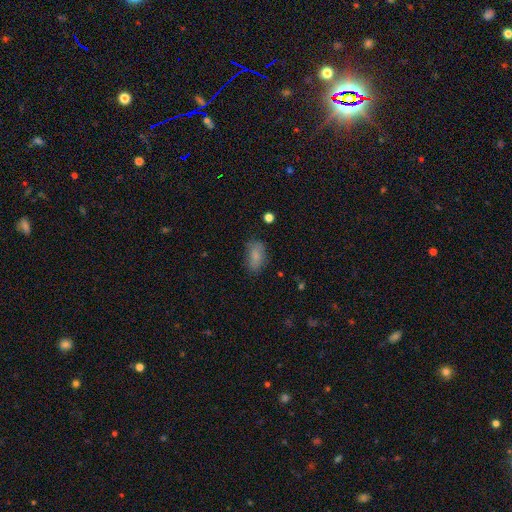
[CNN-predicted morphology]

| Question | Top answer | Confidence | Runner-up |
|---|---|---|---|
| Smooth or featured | smooth | 82% | star or artifact (9%) |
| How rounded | in between | 90% | round (7%) |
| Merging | none | 71% | minor disturbance (21%) |